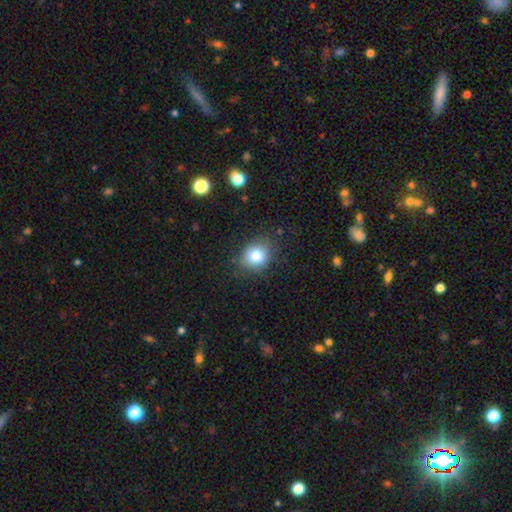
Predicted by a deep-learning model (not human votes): The model was most divided on "how rounded": round: 54%, in between: 45%, cigar-shaped: 1%. More confident: smooth or featured — smooth (82%); merging — none (78%).